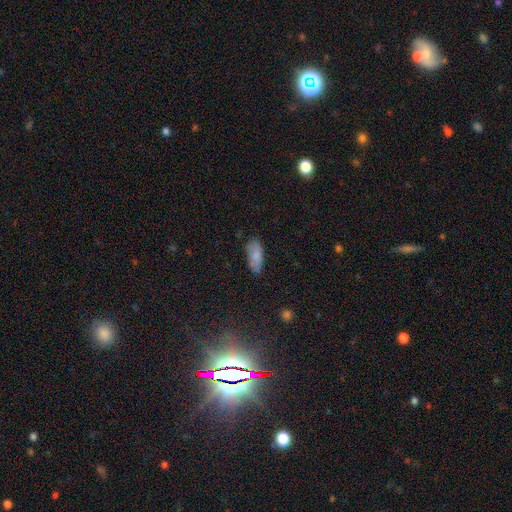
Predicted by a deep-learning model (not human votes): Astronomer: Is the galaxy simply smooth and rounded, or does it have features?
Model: smooth — 83%.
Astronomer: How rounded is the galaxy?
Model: in between — 84%.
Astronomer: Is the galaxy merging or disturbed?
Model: none — 76%.